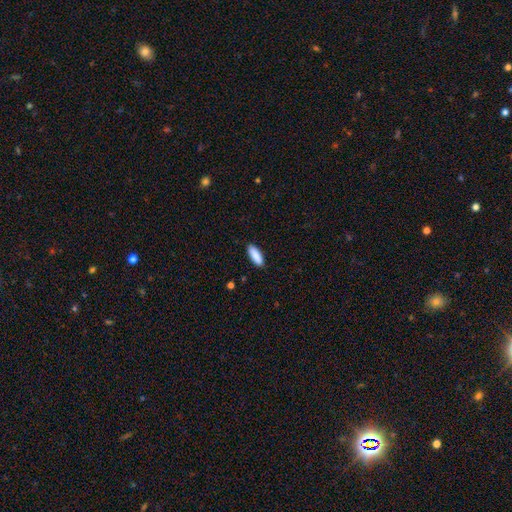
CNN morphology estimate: Smooth or featured? smooth (90%)
How rounded? in between (65%)
Merging? none (88%)